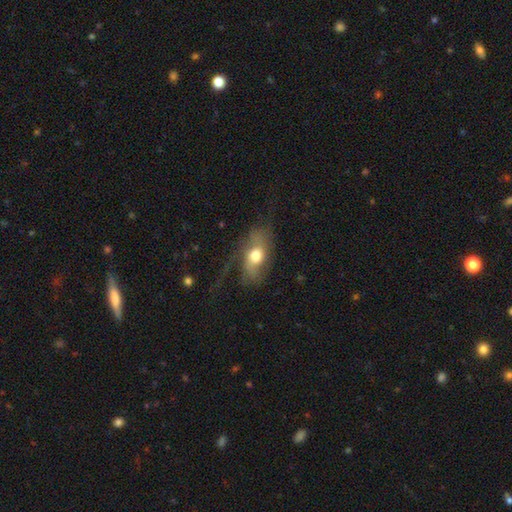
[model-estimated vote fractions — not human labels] smooth_or_featured: smooth (p=0.48) [alt: featured or disk p=0.44]
merging: none (p=0.40) [alt: major disturbance p=0.36]